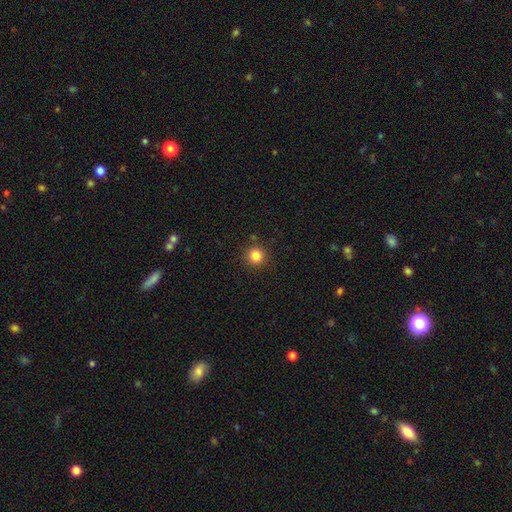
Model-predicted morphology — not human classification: Smooth or featured? Predicted: smooth (p=0.83). How rounded? Predicted: round (p=0.94). Merging? Predicted: none (p=0.89).